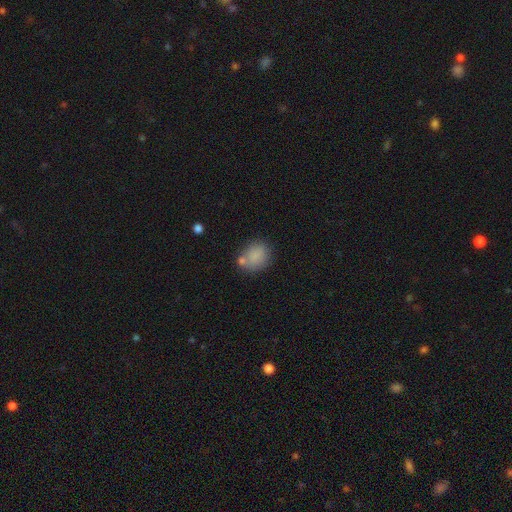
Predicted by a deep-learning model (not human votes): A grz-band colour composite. It shows a smooth galaxy with no disk features (82%) that is round (49%, tied with in between). Merging: none (59%).